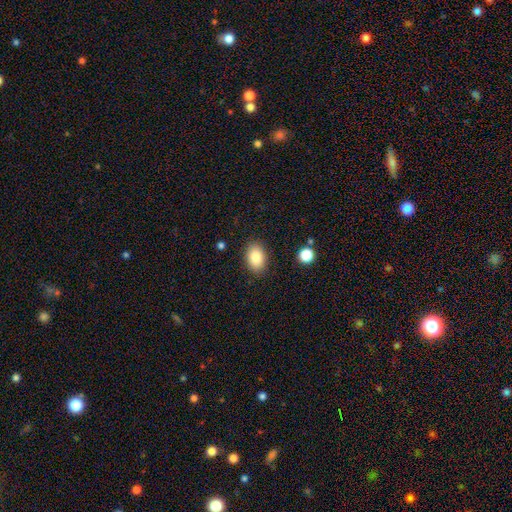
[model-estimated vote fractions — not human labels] Q: Smooth or featured?
A: smooth (85%); runner-up: star or artifact (8%)
Q: How rounded?
A: in between (86%); runner-up: round (13%)
Q: Merging?
A: none (87%); runner-up: minor disturbance (9%)